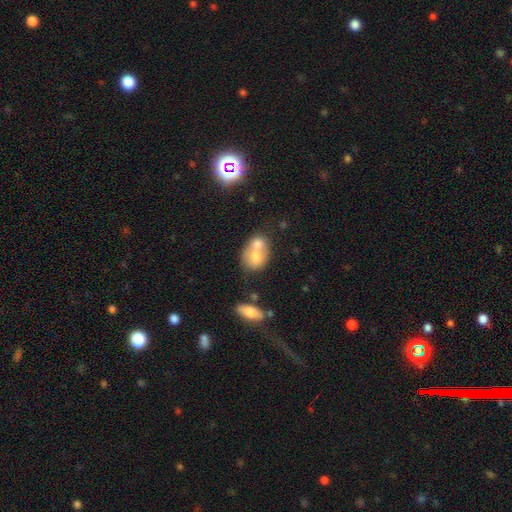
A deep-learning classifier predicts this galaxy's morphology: smooth-or-featured: smooth: 67% | featured or disk: 25% | star or artifact: 8%
  how-rounded: in between: 54% | round: 44% | cigar-shaped: 1%
  merging: merger: 63% | none: 25% | minor disturbance: 8% | major disturbance: 4%